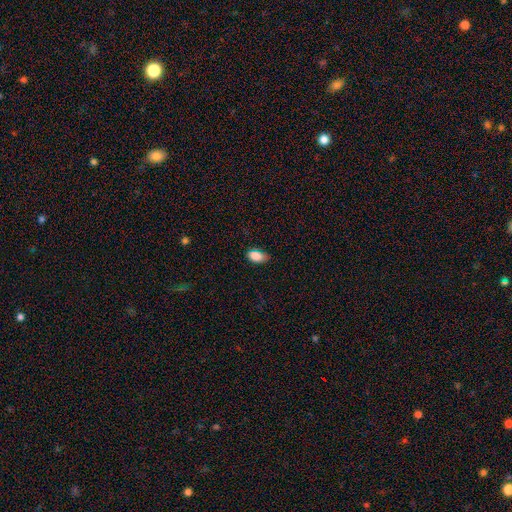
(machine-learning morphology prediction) This appears to be a smooth galaxy with no disk features (87%) that is in between round and cigar-shaped (92%). Merging: none (72%).